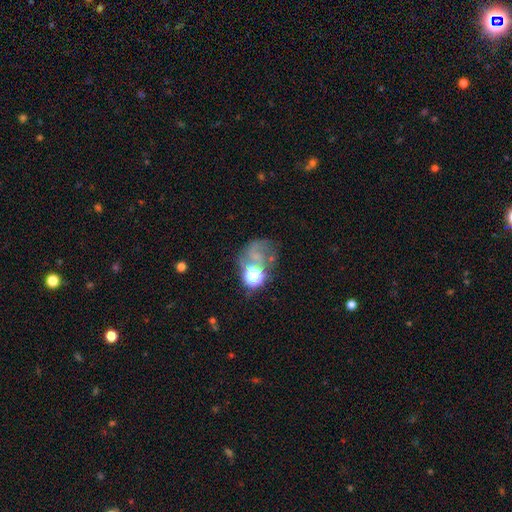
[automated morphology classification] This appears to be a smooth galaxy with no disk features (35%, tied with star or artifact). Merging: major disturbance (34%, tied with none).